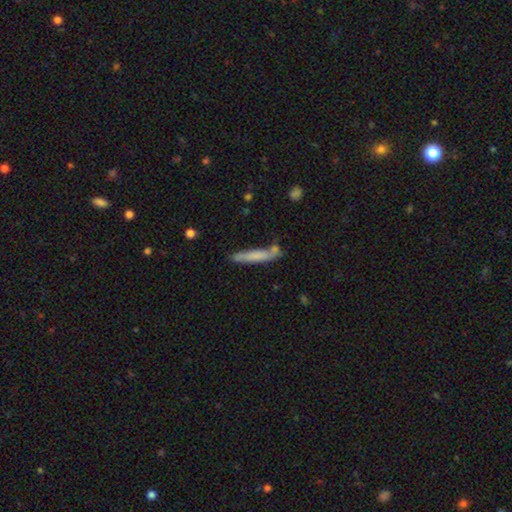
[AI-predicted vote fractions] Q: Smooth or featured?
A: smooth (69%); runner-up: featured or disk (24%)
Q: How rounded?
A: cigar-shaped (92%); runner-up: in between (6%)
Q: Merging?
A: none (68%); runner-up: minor disturbance (18%)